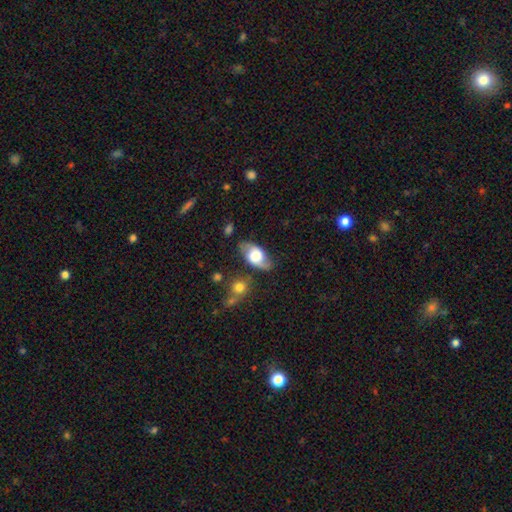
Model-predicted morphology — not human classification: A featured or disk galaxy (48%). Merging: none (69%).